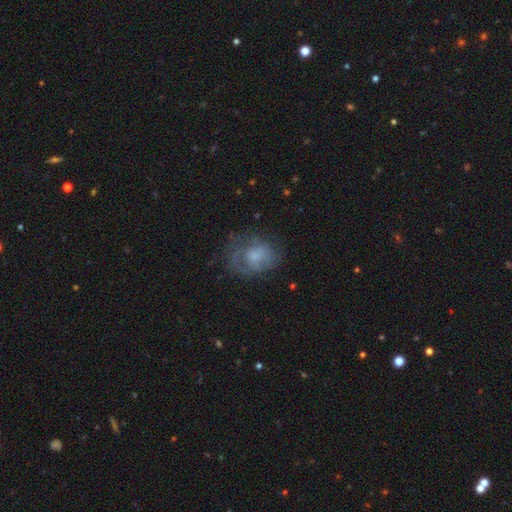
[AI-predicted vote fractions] Smooth or featured? Predicted: smooth (p=0.48). Merging? Predicted: none (p=0.48).